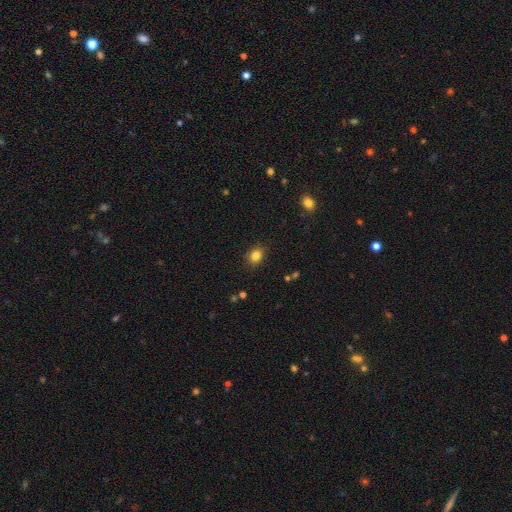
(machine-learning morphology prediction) Q: Smooth or featured?
A: smooth (83%); runner-up: star or artifact (11%)
Q: How rounded?
A: round (58%); runner-up: in between (41%)
Q: Merging?
A: none (87%); runner-up: minor disturbance (9%)